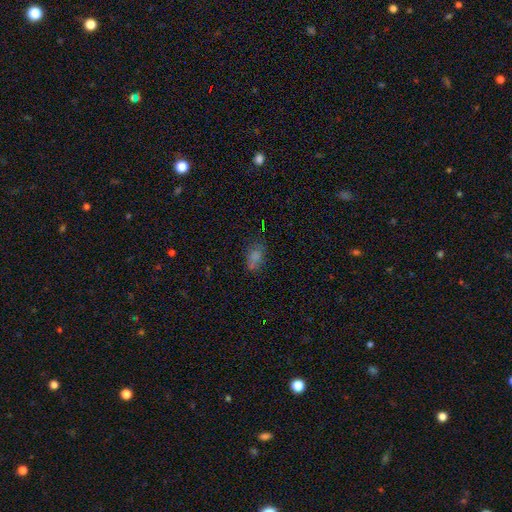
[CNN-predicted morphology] Q: Smooth or featured?
A: smooth (65%); runner-up: star or artifact (22%)
Q: How rounded?
A: in between (81%); runner-up: round (12%)
Q: Merging?
A: none (63%); runner-up: minor disturbance (21%)